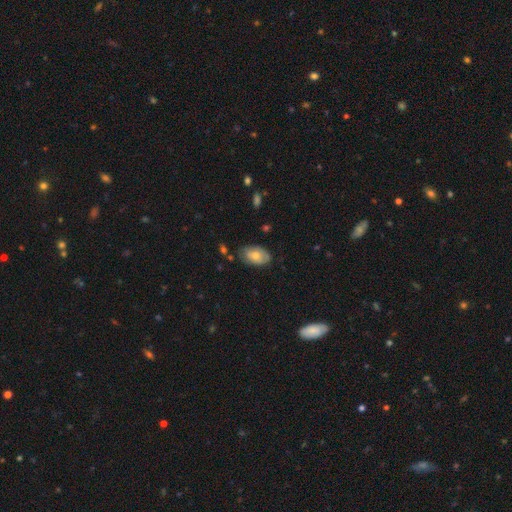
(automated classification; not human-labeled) Smooth or featured? Predicted: smooth (p=0.65). How rounded? Predicted: in between (p=0.92). Merging? Predicted: none (p=0.73).